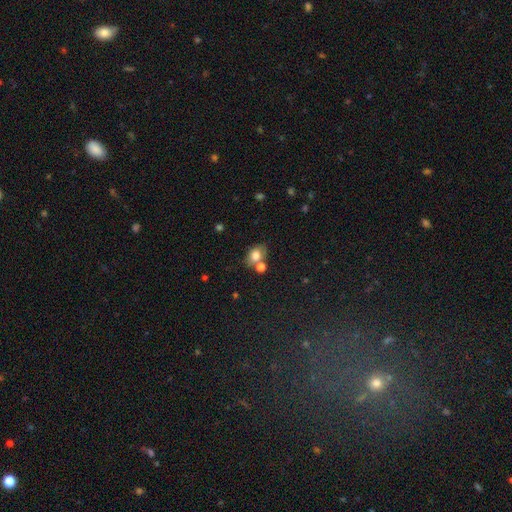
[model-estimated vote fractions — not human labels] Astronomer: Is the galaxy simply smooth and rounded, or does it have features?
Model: smooth — 77%.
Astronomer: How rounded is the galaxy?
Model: in between — 72%.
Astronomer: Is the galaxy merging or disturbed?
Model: none — 55%.